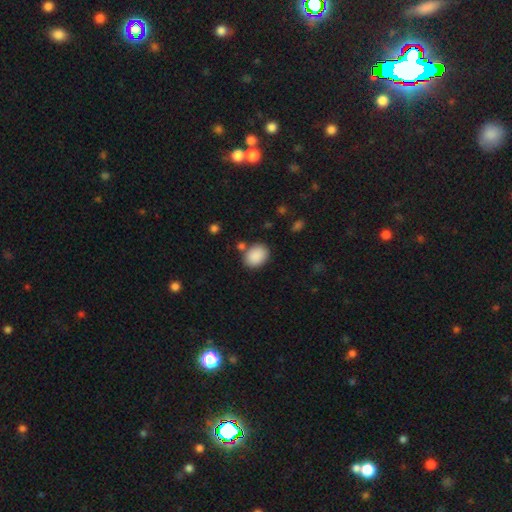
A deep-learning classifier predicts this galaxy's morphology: Smooth or featured: smooth — 89% (star or artifact — 7%)
How rounded: in between — 65% (round — 34%)
Merging: none — 78% (minor disturbance — 12%)